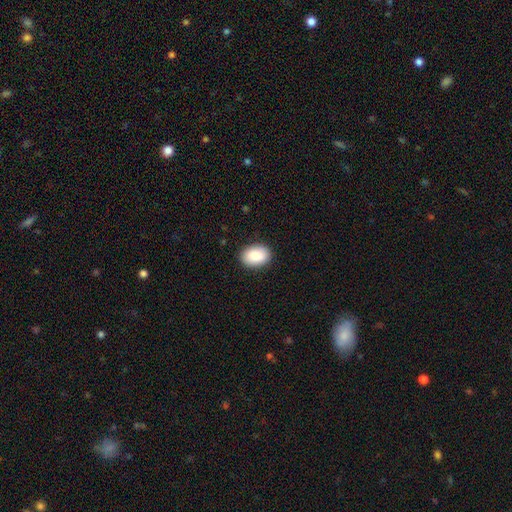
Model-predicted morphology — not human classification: smooth_or_featured: smooth (p=0.88) [alt: star or artifact p=0.06]
how_rounded: in between (p=0.83) [alt: round p=0.16]
merging: none (p=0.88) [alt: minor disturbance p=0.09]